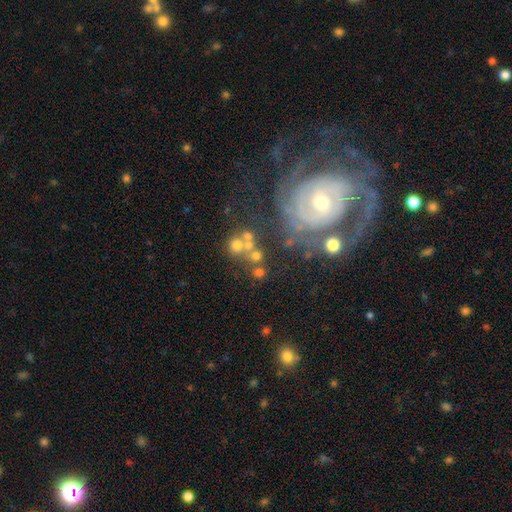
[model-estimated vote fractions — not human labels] A smooth galaxy with no disk features (53%) that is round (84%). Merging: none (54%).